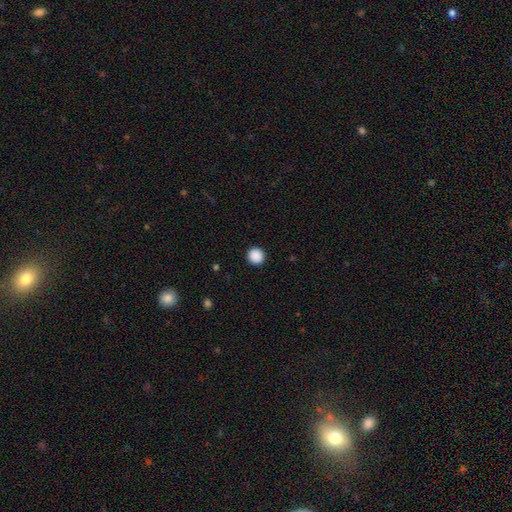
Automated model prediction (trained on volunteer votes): Smooth or featured: smooth — 89% (star or artifact — 9%)
How rounded: round — 95% (in between — 4%)
Merging: none — 93% (minor disturbance — 4%)